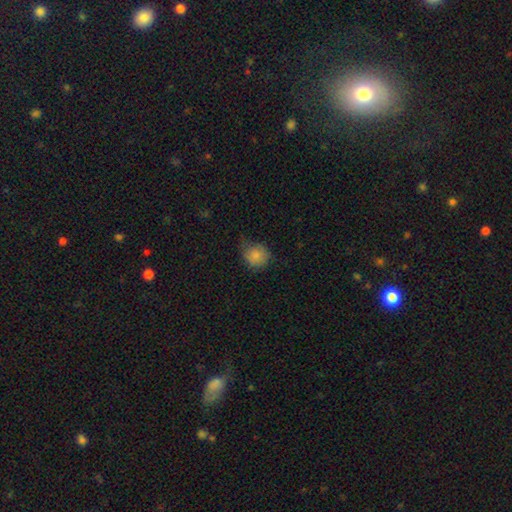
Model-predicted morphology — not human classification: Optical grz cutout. It shows a smooth galaxy with no disk features (83%) that is round (84%). Merging: none (62%).